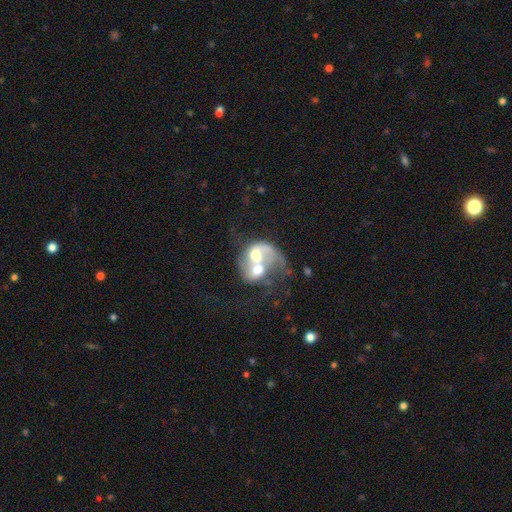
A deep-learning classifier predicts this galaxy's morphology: Smooth or featured? Predicted: featured or disk (p=0.64). Edge-on disk? Predicted: no (p=0.97). Bar? Predicted: no (p=0.73). Spiral arms? Predicted: yes (p=0.65). Bulge size? Predicted: moderate (p=0.62). Merging? Predicted: merger (p=0.78).